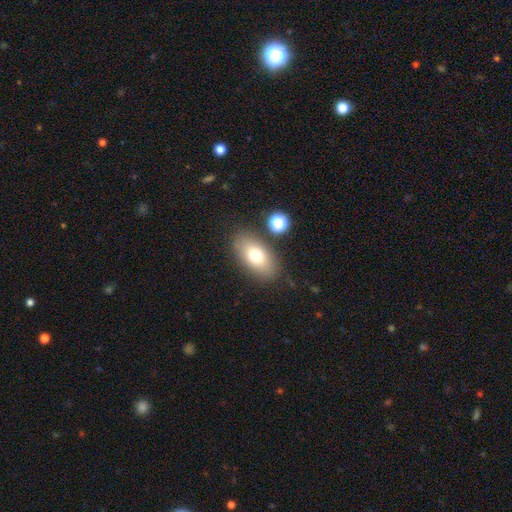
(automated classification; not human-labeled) This appears to be a smooth galaxy with no disk features (73%) that is in between round and cigar-shaped (90%). Merging: none (81%).